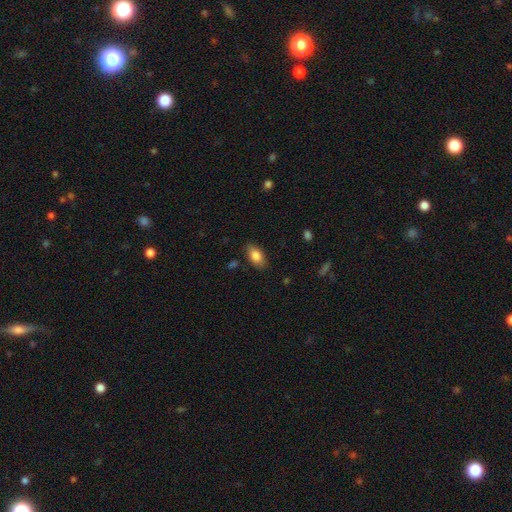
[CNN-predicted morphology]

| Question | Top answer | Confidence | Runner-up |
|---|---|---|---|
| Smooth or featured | smooth | 83% | featured or disk (10%) |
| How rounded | in between | 91% | round (5%) |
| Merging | none | 84% | minor disturbance (12%) |